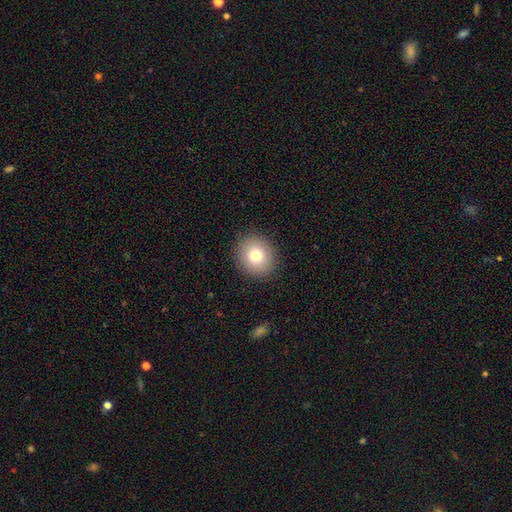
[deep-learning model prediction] Q: Smooth or featured?
A: smooth (78%); runner-up: featured or disk (11%)
Q: How rounded?
A: round (80%); runner-up: in between (20%)
Q: Merging?
A: none (90%); runner-up: minor disturbance (7%)